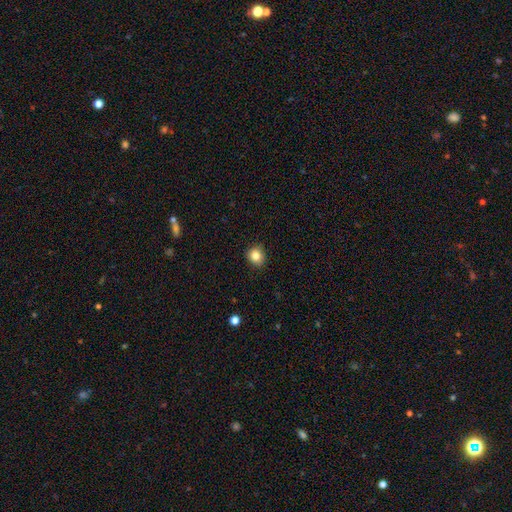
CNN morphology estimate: This appears to be a smooth galaxy with no disk features (83%) that is round (78%). Merging: none (88%).